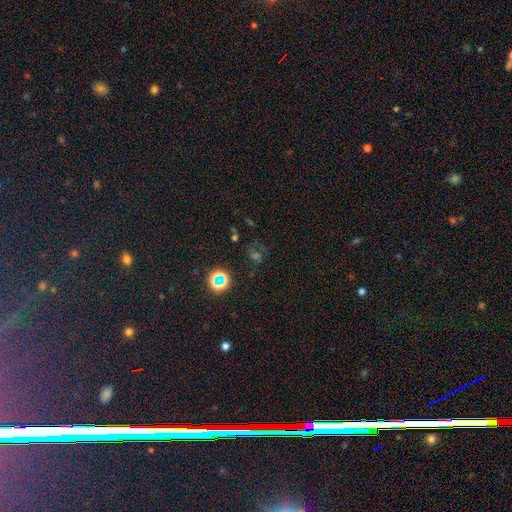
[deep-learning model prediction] star or artifact 54%, smooth 28%, featured or disk 18%.